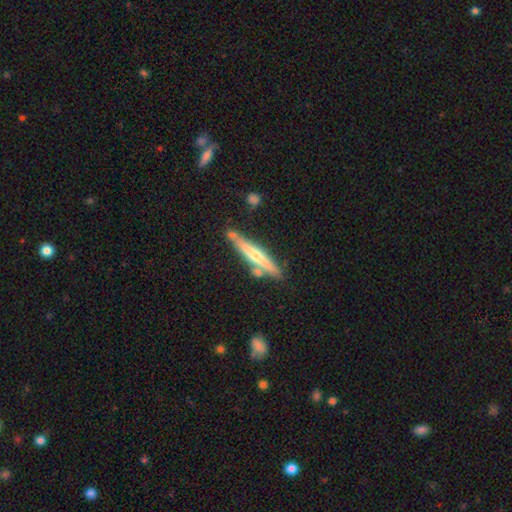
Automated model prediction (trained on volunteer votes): A featured or disk galaxy (55%) viewed edge-on (95%) with a rounded central bulge (72%).

Vote fractions:
- Smooth or featured? featured or disk: 55% / smooth: 39% / star or artifact: 6%
- Edge-on disk? yes: 95% / no: 5%
- Edge-on bulge? rounded: 72% / none: 23% / boxy: 6%
- Merging? none: 75% / minor disturbance: 13% / merger: 10% / major disturbance: 3%